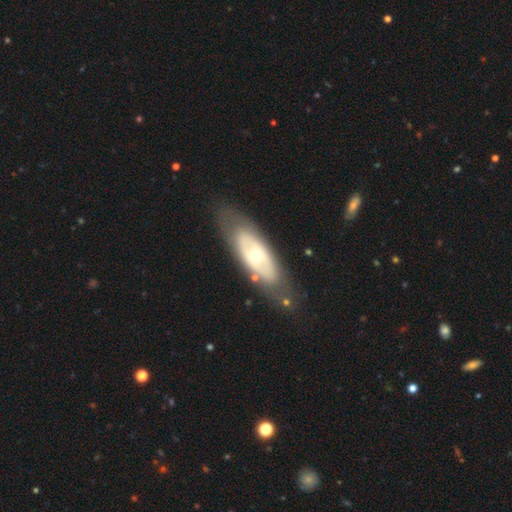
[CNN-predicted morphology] The model was most divided on "smooth or featured": featured or disk: 59%, smooth: 35%, star or artifact: 5%. More confident: edge-on disk — no (81%); merging — none (76%).